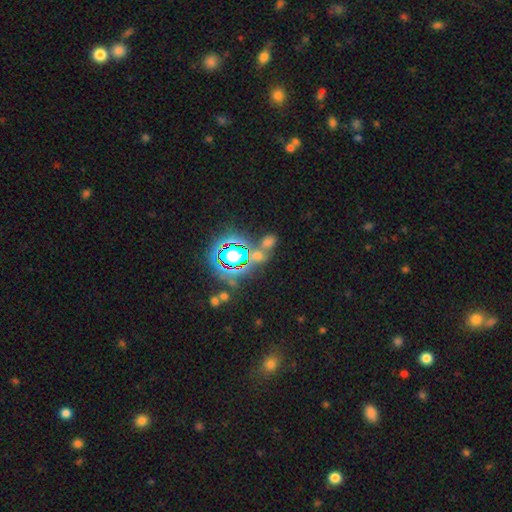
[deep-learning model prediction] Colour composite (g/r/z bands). It shows a star or artifact, not a galaxy (66%).